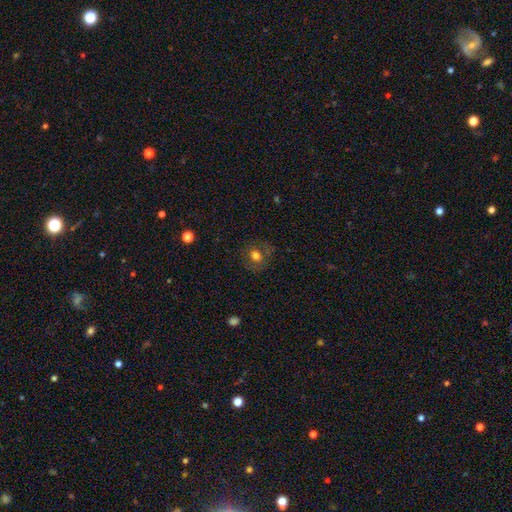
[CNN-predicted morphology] This is likely a smooth galaxy (67%). How rounded: likely round (71%). Merging: likely none (78%).